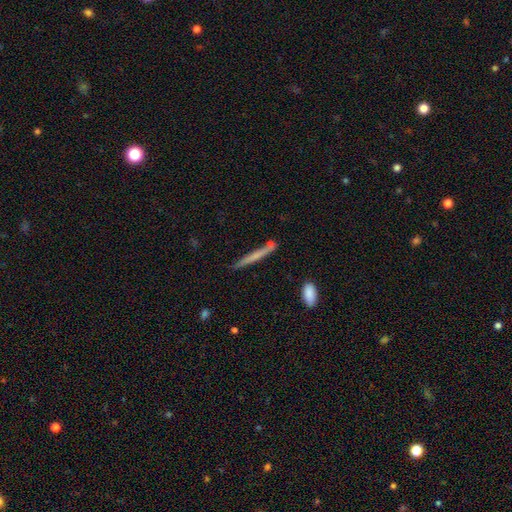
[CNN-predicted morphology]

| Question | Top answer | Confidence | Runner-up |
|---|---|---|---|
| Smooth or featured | smooth | 54% | featured or disk (39%) |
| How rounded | cigar-shaped | 95% | in between (3%) |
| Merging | none | 76% | minor disturbance (14%) |